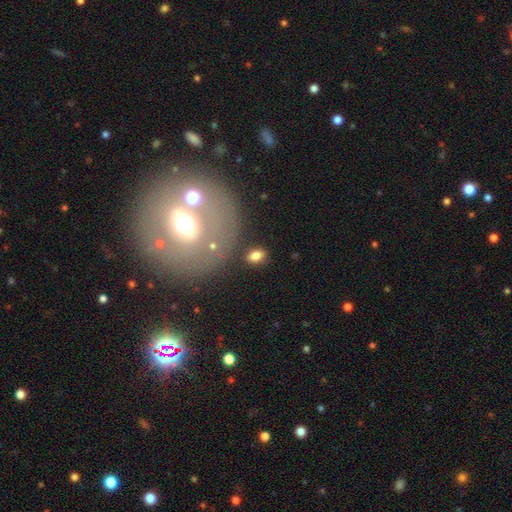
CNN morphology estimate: Q: Smooth or featured?
A: smooth (80%); runner-up: featured or disk (11%)
Q: How rounded?
A: in between (85%); runner-up: round (12%)
Q: Merging?
A: none (82%); runner-up: minor disturbance (10%)